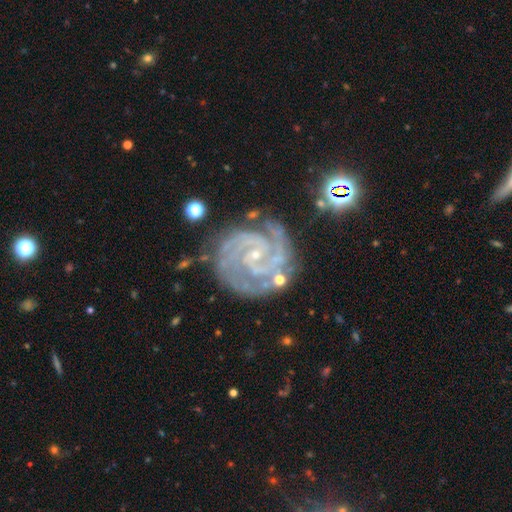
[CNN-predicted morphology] type=featured or disk (91%); edge-on=no (98%); bar=no (53%); spiral arms=yes (99%); winding=tight (73%); arm count=2 (42%); bulge=small (85%); merging=none (72%).